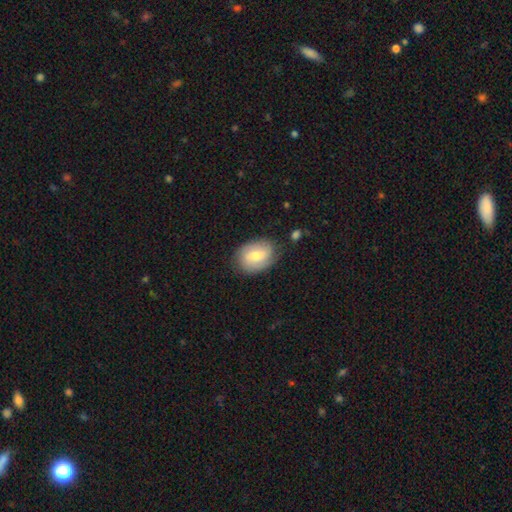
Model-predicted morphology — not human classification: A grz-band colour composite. It shows a smooth galaxy with no disk features (51%) that is in between round and cigar-shaped (75%). Merging: none (79%).